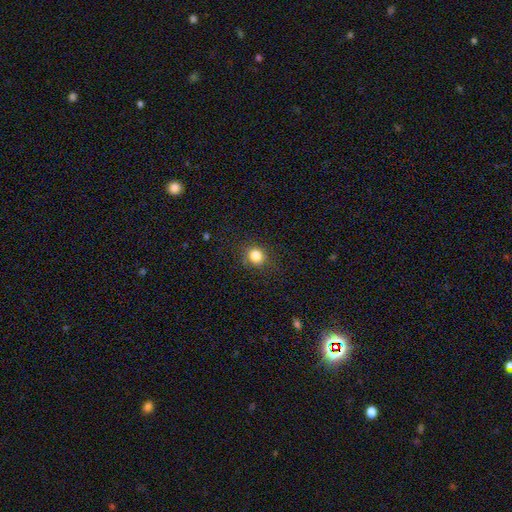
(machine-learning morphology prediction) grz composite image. It shows a smooth galaxy with no disk features (83%) that is round (82%). Merging: none (85%).